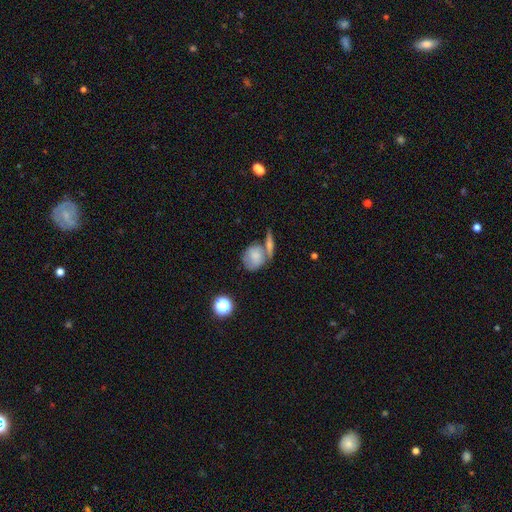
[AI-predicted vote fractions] Smooth or featured? smooth (71%)
How rounded? round (63%)
Merging? none (39%)